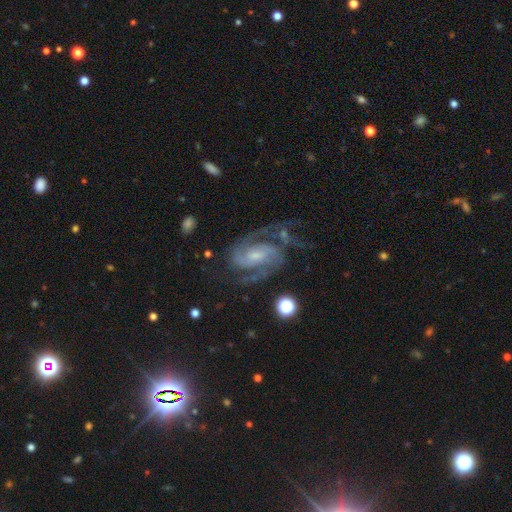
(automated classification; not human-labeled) A featured or disk galaxy (91%) with a weak bar (47%), 2 (88%) medium (56%) spiral arms (98%) and a small central bulge (54%).

Vote fractions:
- Smooth or featured? featured or disk: 91% / star or artifact: 5% / smooth: 4%
- Edge-on disk? no: 98% / yes: 2%
- Bar? weak: 47% / no: 31% / strong: 23%
- Spiral arms? yes: 98% / no: 2%
- Spiral winding? medium: 56% / tight: 30% / loose: 14%
- Spiral arm count? 2: 88% / 3: 4% / can't tell: 3% / 1: 2% / 4: 2% / more than 4: 2%
- Bulge size? small: 54% / moderate: 30% / none: 11% / large: 4% / dominant: 1%
- Merging? none: 66% / minor disturbance: 16% / major disturbance: 14% / merger: 4%